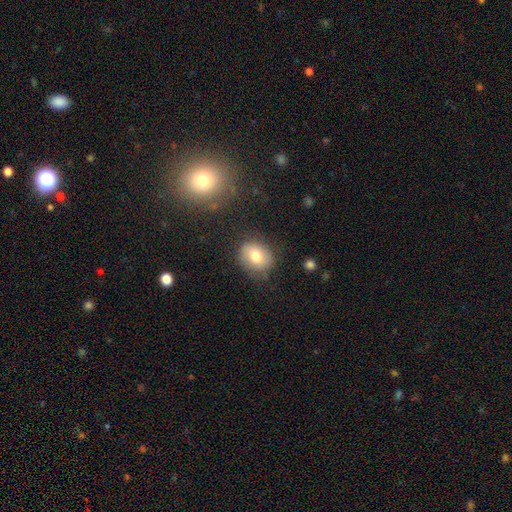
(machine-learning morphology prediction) This is likely a smooth galaxy (76%). How rounded: possibly round (54%). Merging: likely none (77%).